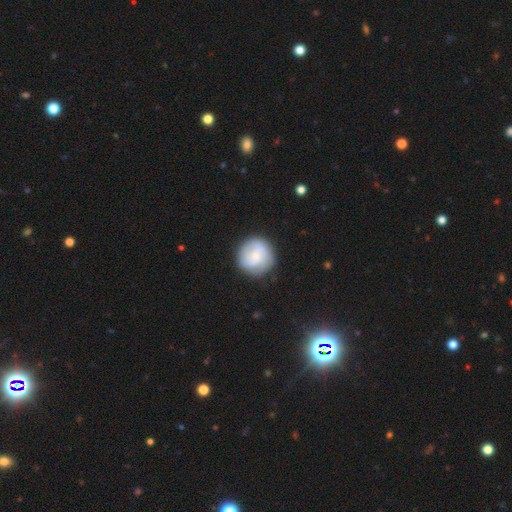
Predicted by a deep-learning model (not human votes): Smooth or featured?
  - smooth: 58% *
  - featured or disk: 35%
  - star or artifact: 7%
How rounded?
  - round: 92% *
  - in between: 7%
  - cigar-shaped: 1%
Merging?
  - none: 78% *
  - minor disturbance: 15%
  - major disturbance: 6%
  - merger: 2%